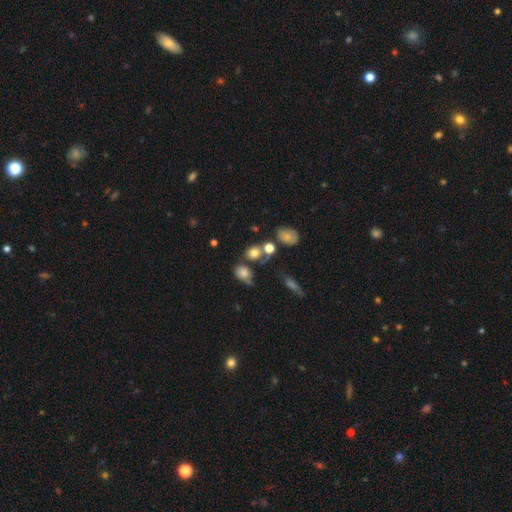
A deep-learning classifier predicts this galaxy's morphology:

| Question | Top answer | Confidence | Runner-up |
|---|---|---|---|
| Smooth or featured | star or artifact | 40% | smooth (37%) |